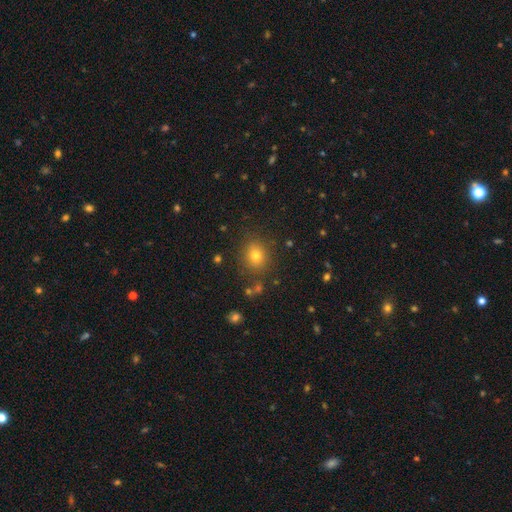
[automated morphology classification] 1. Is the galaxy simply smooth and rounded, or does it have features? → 76% smooth, 16% star or artifact, 8% featured or disk.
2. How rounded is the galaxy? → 75% round, 24% in between, 1% cigar-shaped.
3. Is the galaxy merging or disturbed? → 84% none, 9% minor disturbance, 3% major disturbance, 3% merger.